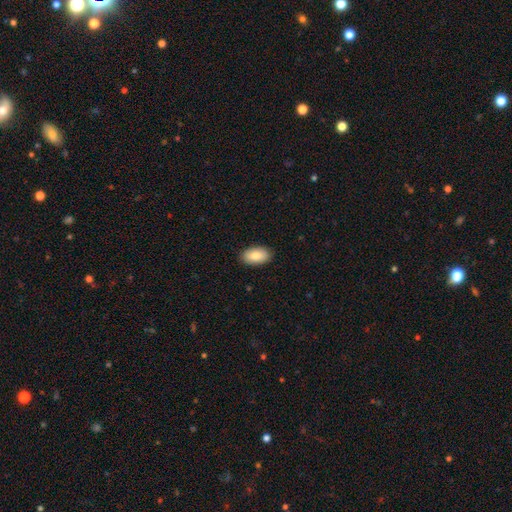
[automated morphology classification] Overall: smooth (84%). How rounded: in between (94%). Merging: none (89%).